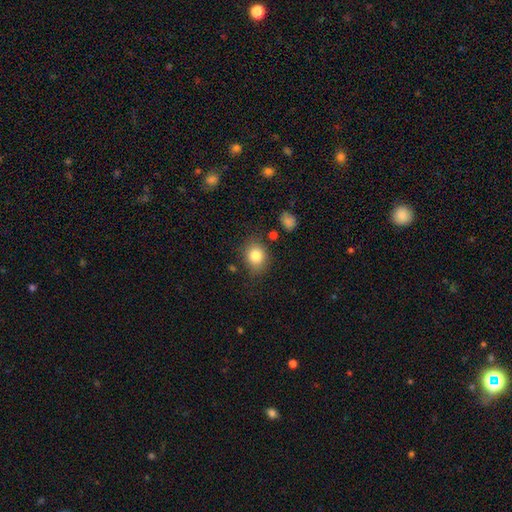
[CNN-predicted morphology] smooth 83%, star or artifact 10%, featured or disk 8%. Down the decision tree: how rounded — round (58%); merging — none (77%).